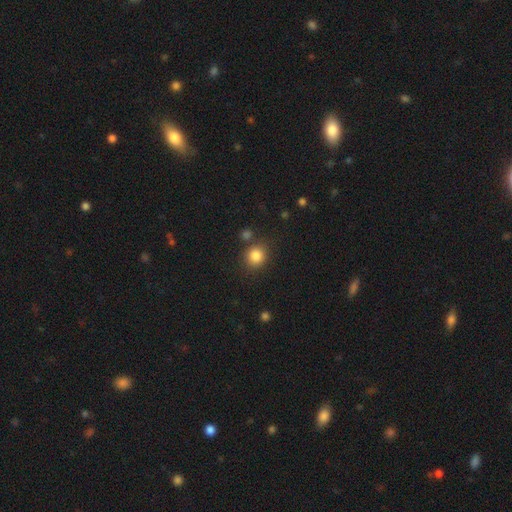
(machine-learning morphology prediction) Overall: smooth (85%). How rounded: round (82%). Merging: none (79%).